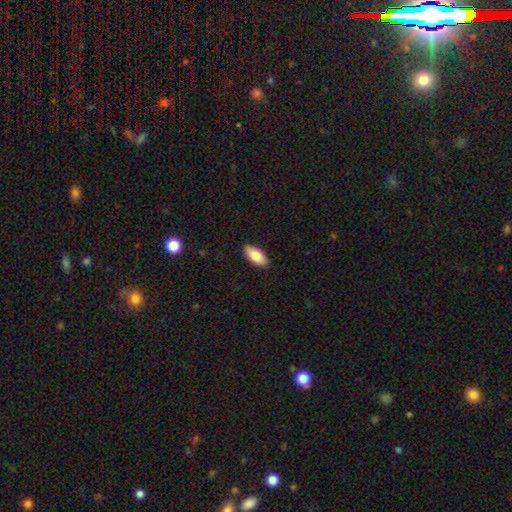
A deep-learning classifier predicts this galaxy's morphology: Smooth or featured? smooth (82%)
How rounded? in between (91%)
Merging? none (89%)